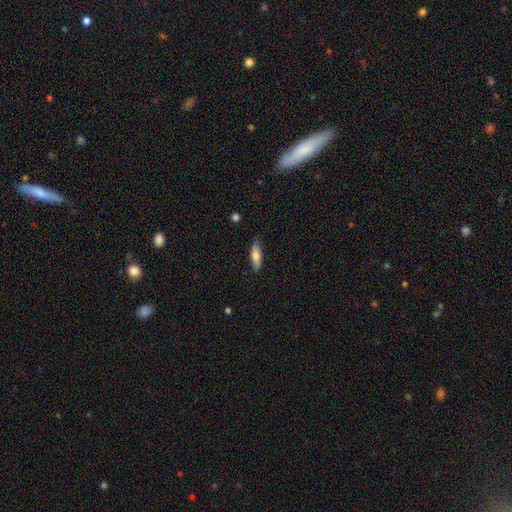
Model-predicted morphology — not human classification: Overall: smooth (75%). How rounded: in between (53%; cigar-shaped 45%). Merging: none (81%).